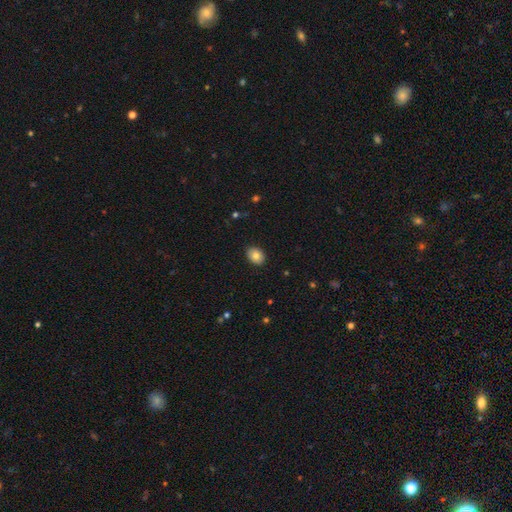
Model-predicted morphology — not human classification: A smooth galaxy with no disk features (83%) that is in between round and cigar-shaped (69%).

Vote fractions:
- Smooth or featured? smooth: 83% / featured or disk: 9% / star or artifact: 8%
- How rounded? in between: 69% / round: 30% / cigar-shaped: 1%
- Merging? none: 89% / minor disturbance: 8% / major disturbance: 2% / merger: 1%